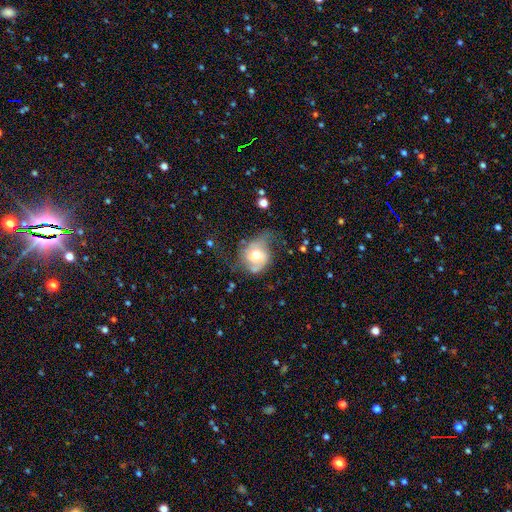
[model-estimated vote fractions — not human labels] A featured or disk galaxy (53%) with no bar (74%), spiral arms (74%) and a moderate central bulge (69%).

Vote fractions:
- Smooth or featured? featured or disk: 53% / smooth: 38% / star or artifact: 8%
- Edge-on disk? no: 96% / yes: 4%
- Bar? no: 74% / weak: 21% / strong: 5%
- Spiral arms? yes: 74% / no: 26%
- Bulge size? moderate: 69% / large: 19% / small: 9% / dominant: 2% / none: 1%
- Merging? none: 39% / minor disturbance: 31% / major disturbance: 26% / merger: 4%